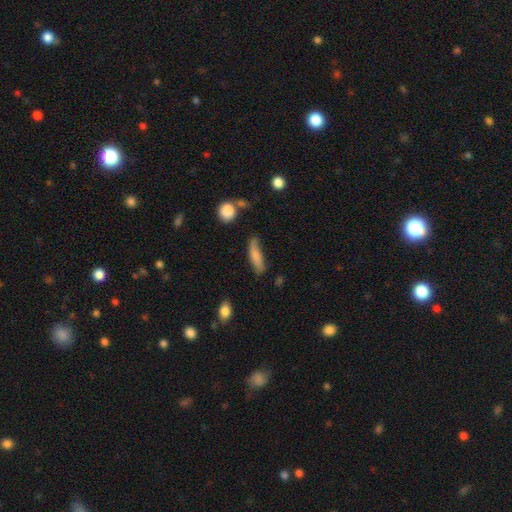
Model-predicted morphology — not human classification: The model was most divided on "merging": none: 57%, minor disturbance: 30%, major disturbance: 9%, merger: 4%. More confident: smooth or featured — smooth (72%); how rounded — cigar-shaped (66%).